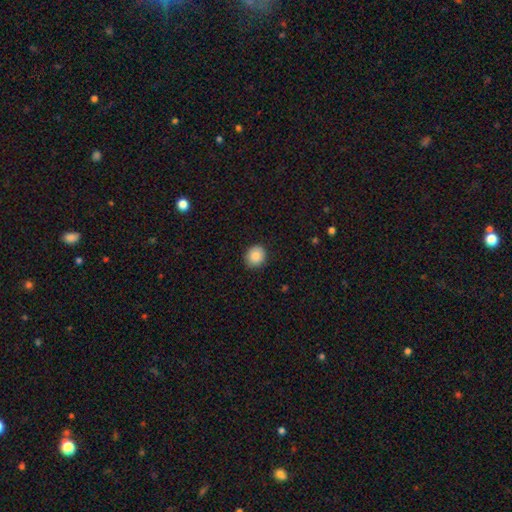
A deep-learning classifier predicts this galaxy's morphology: smooth_or_featured: smooth (p=0.87) [alt: star or artifact p=0.08]
how_rounded: round (p=0.79) [alt: in between p=0.20]
merging: none (p=0.90) [alt: minor disturbance p=0.07]